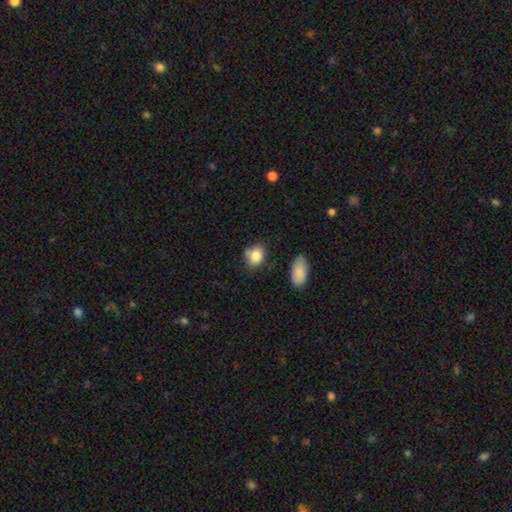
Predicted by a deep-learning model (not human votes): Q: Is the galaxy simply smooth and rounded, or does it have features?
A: smooth — 84%.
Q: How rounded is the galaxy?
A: in between — 57%.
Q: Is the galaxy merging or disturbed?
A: none — 63%.